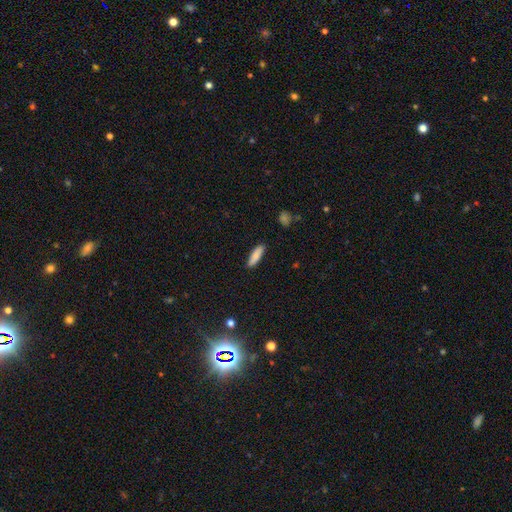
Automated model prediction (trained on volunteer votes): Overall: smooth (84%). How rounded: cigar-shaped (60%; in between 38%). Merging: none (87%).